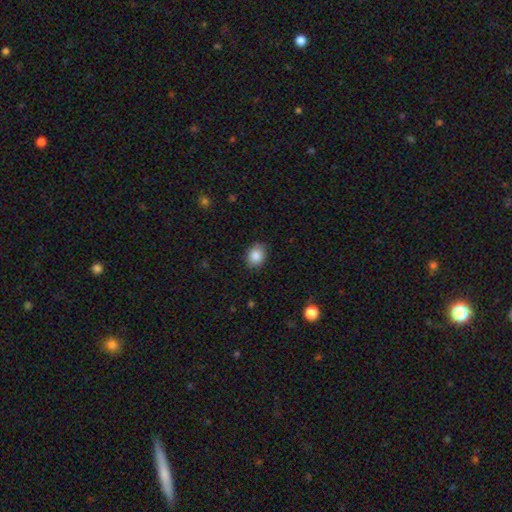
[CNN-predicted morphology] Smooth or featured: smooth — 87% (star or artifact — 9%)
How rounded: in between — 53% (round — 46%)
Merging: none — 84% (minor disturbance — 12%)